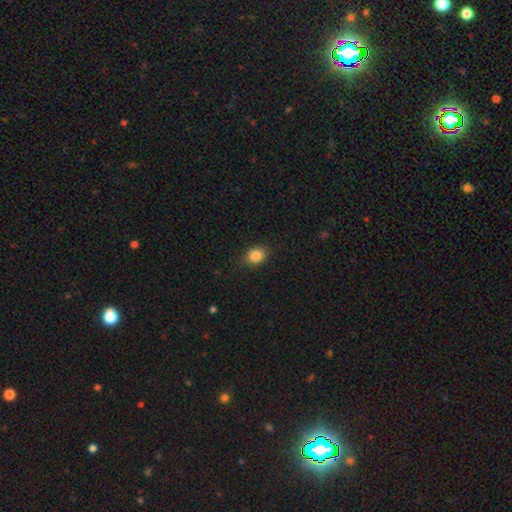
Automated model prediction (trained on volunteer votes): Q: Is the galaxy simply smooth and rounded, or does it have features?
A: smooth — 85%.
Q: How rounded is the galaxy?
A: round — 52%.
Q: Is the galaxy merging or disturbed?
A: none — 84%.